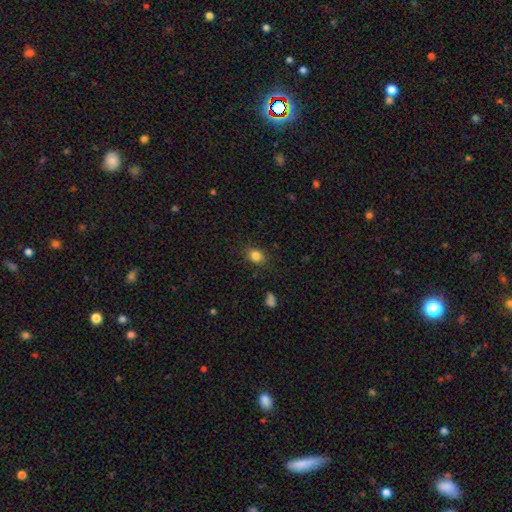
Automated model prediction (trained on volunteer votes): Smooth or featured? Predicted: smooth (p=0.83). How rounded? Predicted: in between (p=0.53). Merging? Predicted: none (p=0.84).